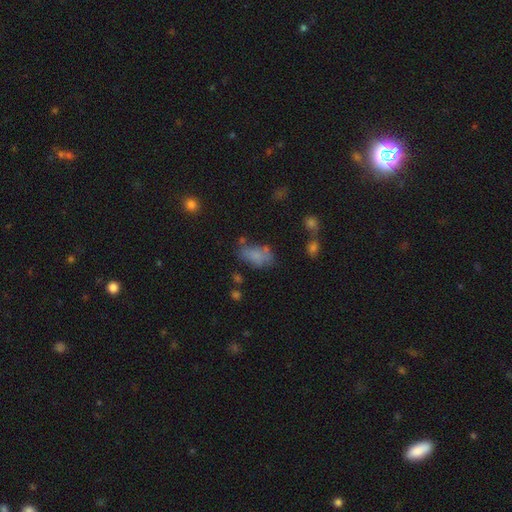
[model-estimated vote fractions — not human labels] Smooth or featured? smooth (74%)
How rounded? in between (89%)
Merging? none (47%)